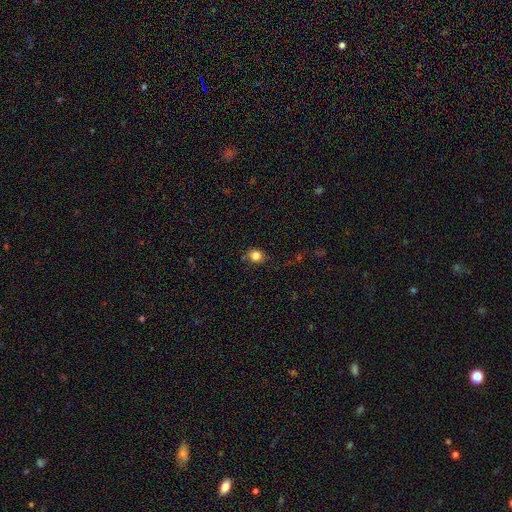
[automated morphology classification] Smooth or featured? Predicted: smooth (p=0.82). How rounded? Predicted: round (p=0.78). Merging? Predicted: none (p=0.74).